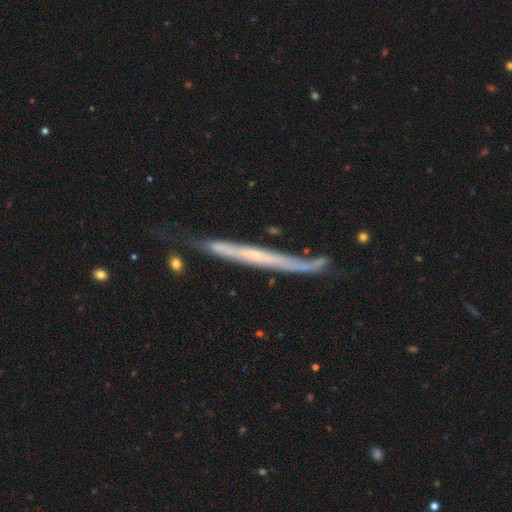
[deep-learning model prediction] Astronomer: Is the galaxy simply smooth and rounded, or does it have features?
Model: featured or disk — 68%.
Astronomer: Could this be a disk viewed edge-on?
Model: yes — 87%.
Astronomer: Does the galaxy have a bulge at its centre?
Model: none — 78%.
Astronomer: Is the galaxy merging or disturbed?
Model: none — 58%.